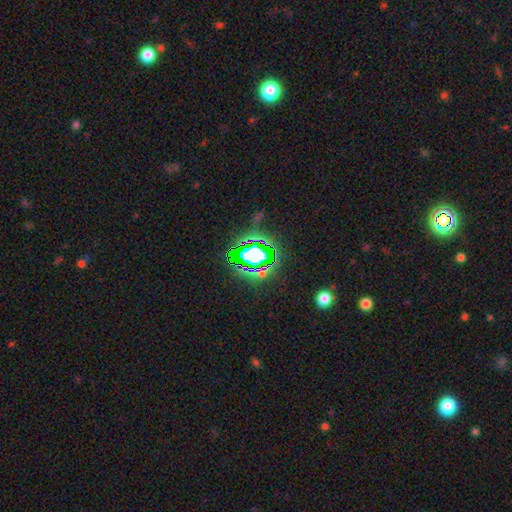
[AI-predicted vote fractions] Smooth or featured? Predicted: star or artifact (p=0.66).